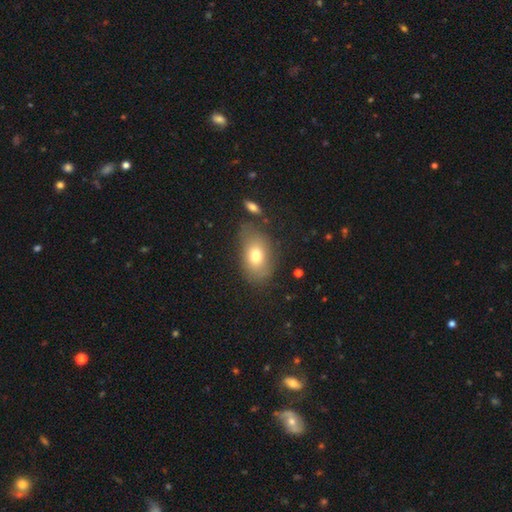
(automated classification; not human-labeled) Q: Smooth or featured?
A: smooth (73%); runner-up: featured or disk (17%)
Q: How rounded?
A: in between (84%); runner-up: round (15%)
Q: Merging?
A: none (68%); runner-up: minor disturbance (20%)